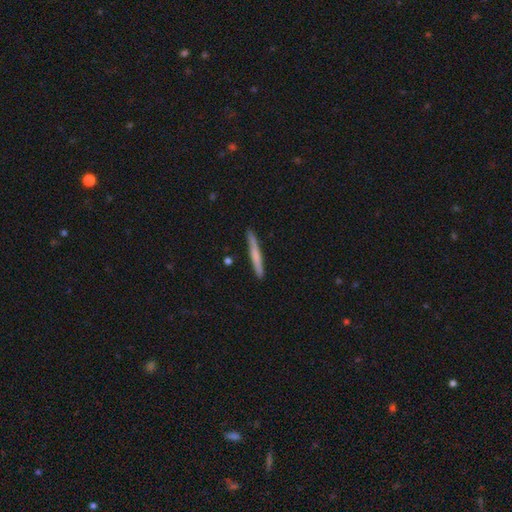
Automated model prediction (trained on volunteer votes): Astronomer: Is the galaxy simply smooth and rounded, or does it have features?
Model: smooth — 58% (runner-up: featured or disk, 36%).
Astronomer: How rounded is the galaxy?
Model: cigar-shaped — 96%.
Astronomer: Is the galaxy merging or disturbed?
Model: none — 88%.